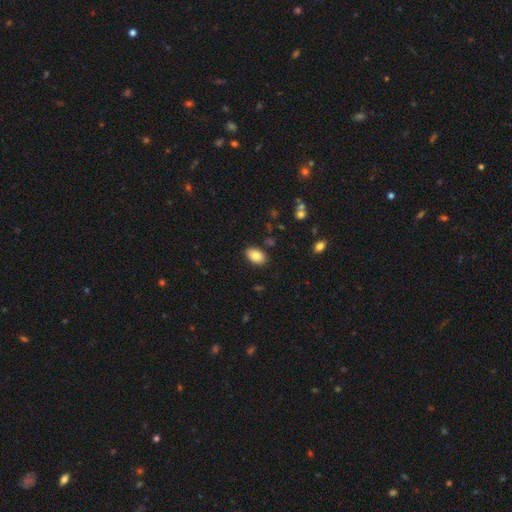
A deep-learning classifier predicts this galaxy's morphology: Overall: smooth (84%). How rounded: in between (91%). Merging: none (87%).